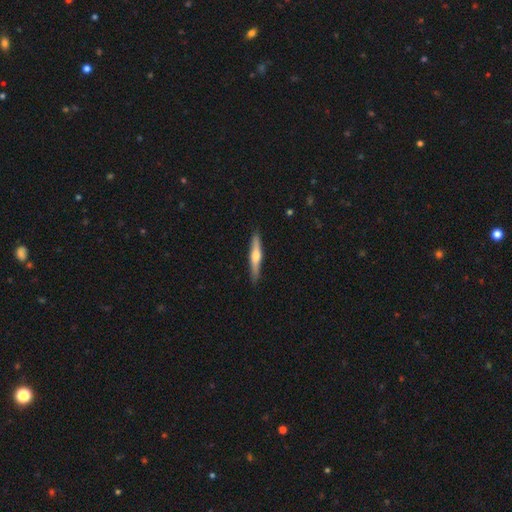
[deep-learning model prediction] Q: Smooth or featured?
A: featured or disk (56%); runner-up: smooth (39%)
Q: Edge-on disk?
A: yes (96%); runner-up: no (4%)
Q: Edge-on bulge?
A: rounded (89%); runner-up: none (6%)
Q: Merging?
A: none (89%); runner-up: minor disturbance (8%)